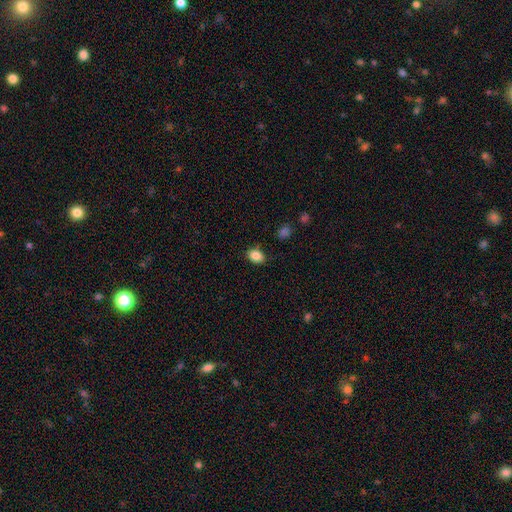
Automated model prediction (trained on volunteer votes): Smooth or featured: smooth — 85% (star or artifact — 9%)
How rounded: in between — 74% (round — 25%)
Merging: none — 83% (minor disturbance — 12%)